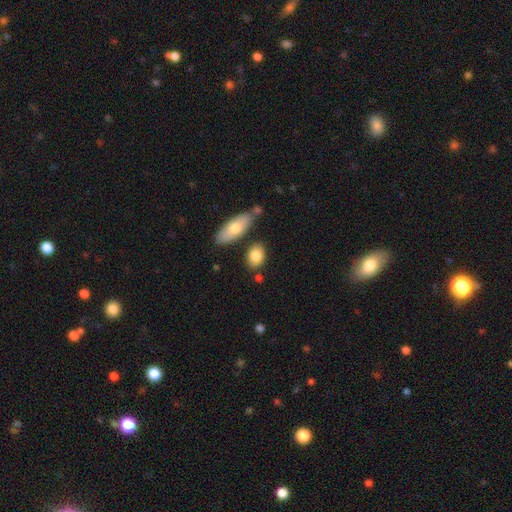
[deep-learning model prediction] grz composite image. It shows a smooth galaxy with no disk features (83%) that is in between round and cigar-shaped (78%). Merging: none (71%).